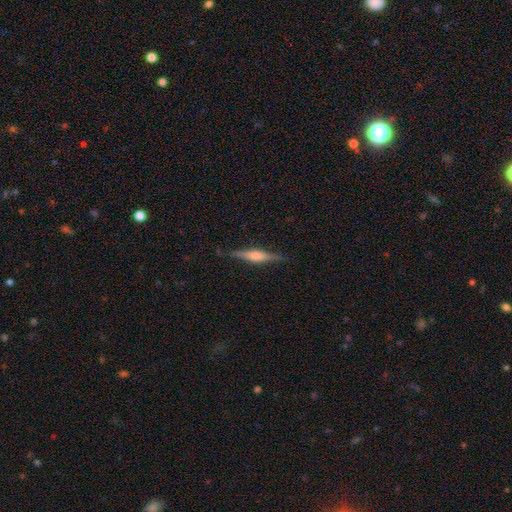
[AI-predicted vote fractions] This is likely a featured or disk galaxy (65%). It is clearly viewed edge-on (97%). Edge-on bulge: likely rounded (68%). Merging: clearly none (86%).